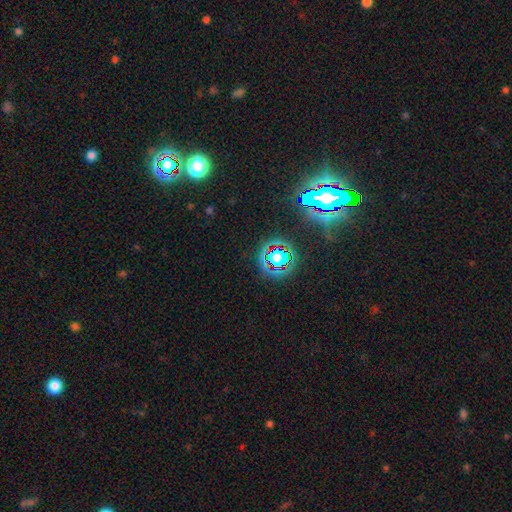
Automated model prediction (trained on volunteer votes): Smooth or featured? Predicted: star or artifact (p=0.78).